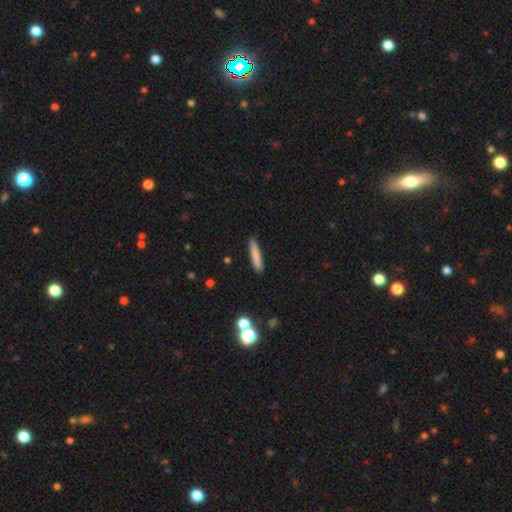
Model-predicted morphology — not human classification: The model was most divided on "smooth or featured": smooth: 80%, featured or disk: 12%, star or artifact: 7%. More confident: how rounded — cigar-shaped (91%); merging — none (89%).